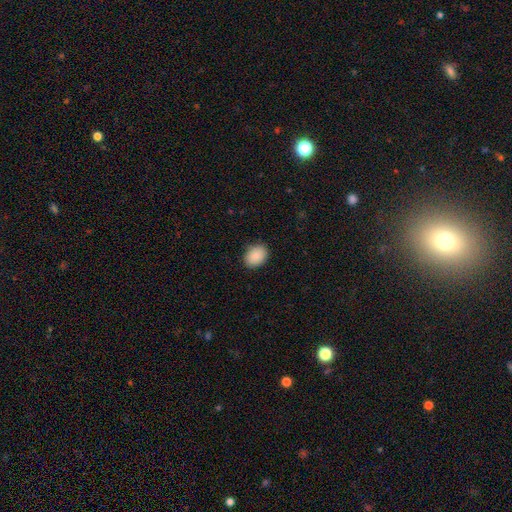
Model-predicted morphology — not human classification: Smooth or featured? smooth (90%)
How rounded? in between (70%)
Merging? none (88%)